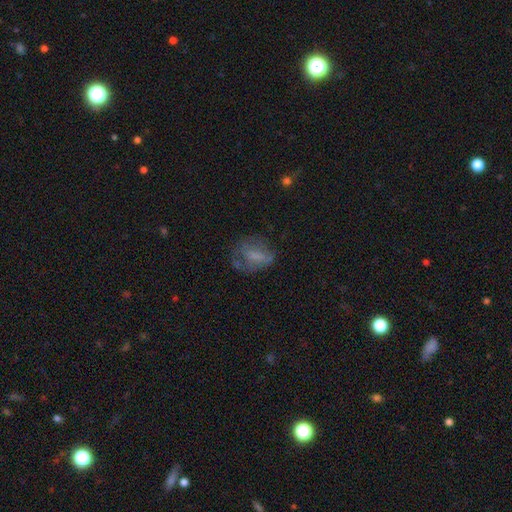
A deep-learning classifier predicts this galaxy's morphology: This appears to be a smooth galaxy with no disk features (50%) that is in between round and cigar-shaped (59%). Merging: none (47%).